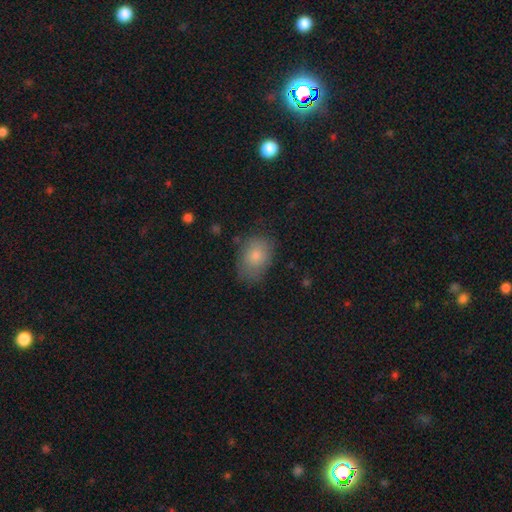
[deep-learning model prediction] smooth 78%, featured or disk 13%, star or artifact 9%. Down the decision tree: how rounded — in between (74%); merging — none (67%).